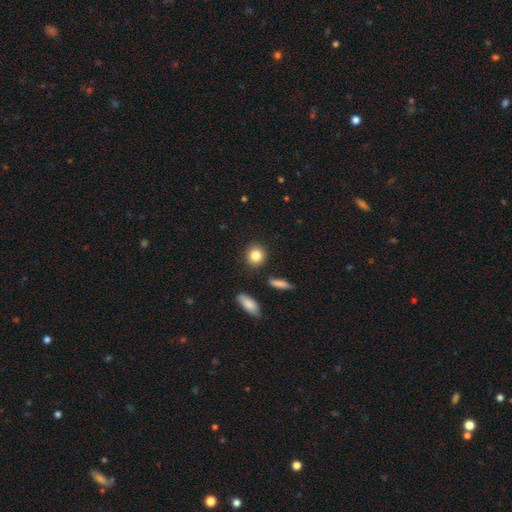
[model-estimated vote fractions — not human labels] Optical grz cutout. It shows a smooth galaxy with no disk features (84%) that is round (82%). Merging: none (87%).